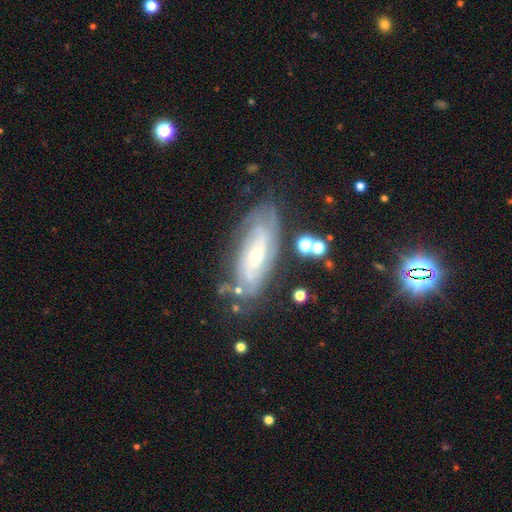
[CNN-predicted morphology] Smooth or featured? featured or disk (80%)
Edge-on disk? no (88%)
Bar? no (54%)
Spiral arms? yes (92%)
Spiral winding? tight (67%)
Spiral arm count? can't tell (47%)
Bulge size? small (53%)
Merging? none (71%)